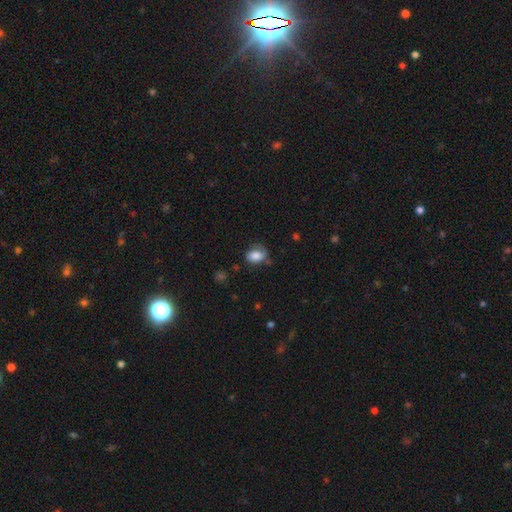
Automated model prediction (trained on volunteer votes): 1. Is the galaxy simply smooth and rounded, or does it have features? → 79% smooth, 13% featured or disk, 8% star or artifact.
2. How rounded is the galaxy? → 74% in between, 25% round, 1% cigar-shaped.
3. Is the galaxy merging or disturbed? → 57% none, 29% minor disturbance, 11% major disturbance, 3% merger.